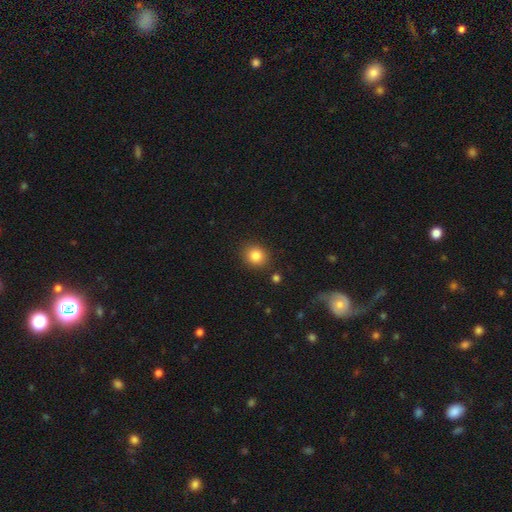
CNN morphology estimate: type=smooth (84%); roundness=round (77%); merging=none (87%).